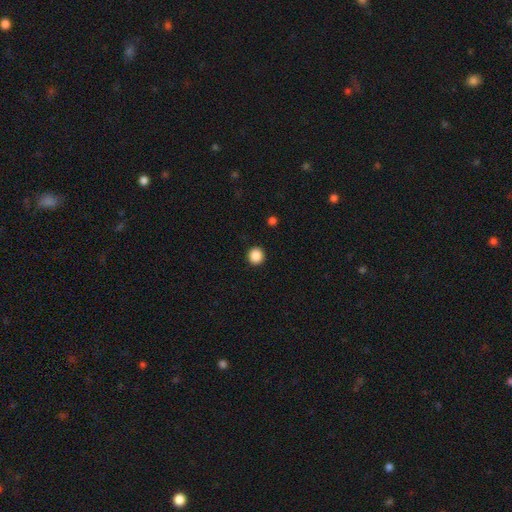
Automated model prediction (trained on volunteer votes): Q: Smooth or featured?
A: smooth (88%); runner-up: star or artifact (10%)
Q: How rounded?
A: round (94%); runner-up: in between (5%)
Q: Merging?
A: none (93%); runner-up: minor disturbance (4%)